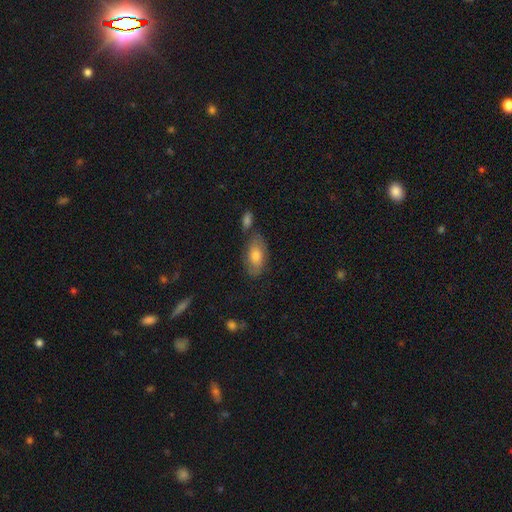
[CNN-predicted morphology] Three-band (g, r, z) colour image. It shows a smooth galaxy with no disk features (68%) that is in between round and cigar-shaped (88%). Merging: none (67%).